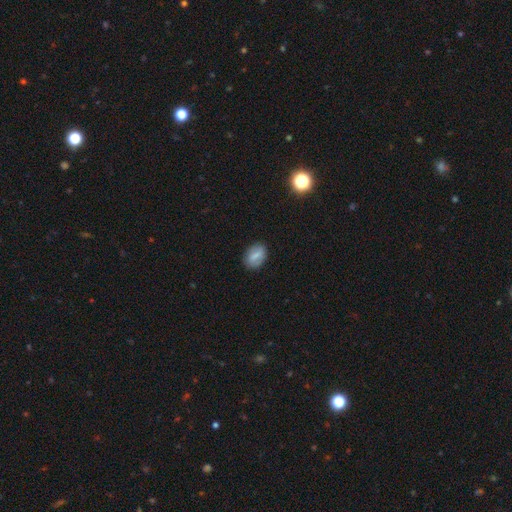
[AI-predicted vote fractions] Smooth or featured: smooth — 66% (featured or disk — 25%)
How rounded: in between — 81% (round — 16%)
Merging: none — 84% (minor disturbance — 12%)